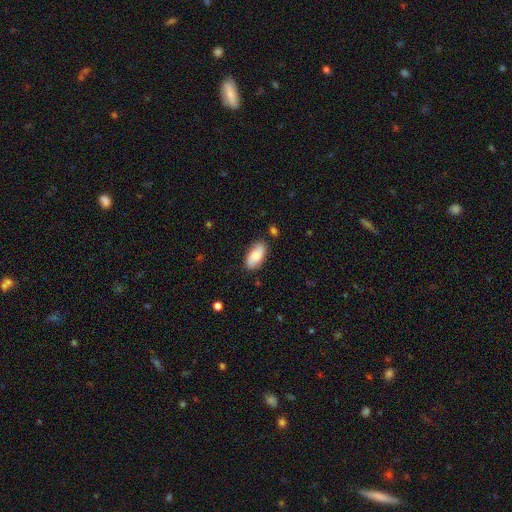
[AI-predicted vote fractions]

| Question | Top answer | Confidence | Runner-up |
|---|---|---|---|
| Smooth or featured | smooth | 74% | featured or disk (19%) |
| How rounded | in between | 92% | cigar-shaped (5%) |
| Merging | none | 81% | minor disturbance (14%) |